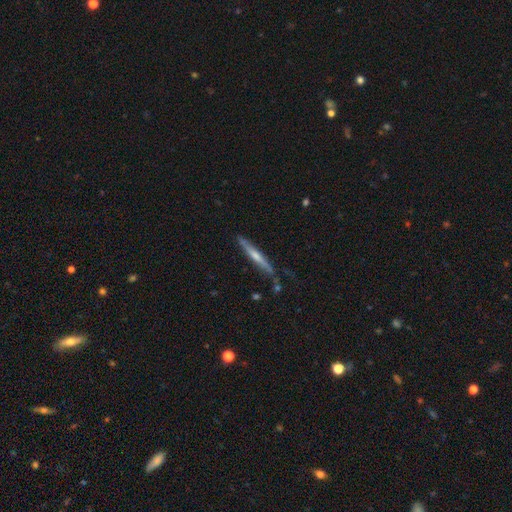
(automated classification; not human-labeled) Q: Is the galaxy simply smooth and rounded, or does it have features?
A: featured or disk — 61%.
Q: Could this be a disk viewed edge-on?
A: yes — 95%.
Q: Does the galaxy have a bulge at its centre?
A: rounded — 59%.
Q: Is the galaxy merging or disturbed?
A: none — 79%.